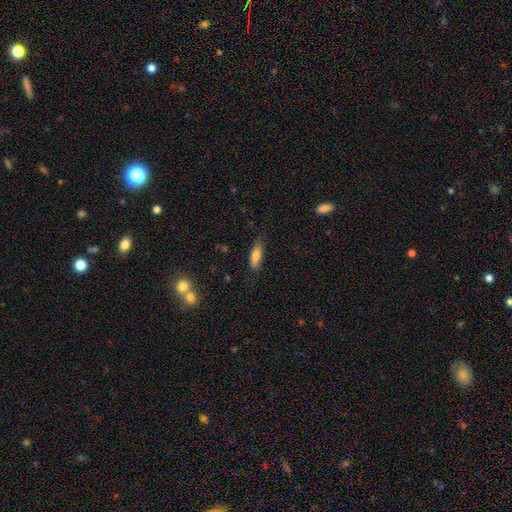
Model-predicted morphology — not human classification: smooth_or_featured: smooth (p=0.79) [alt: featured or disk p=0.13]
how_rounded: in between (p=0.55) [alt: cigar-shaped p=0.43]
merging: none (p=0.75) [alt: minor disturbance p=0.19]